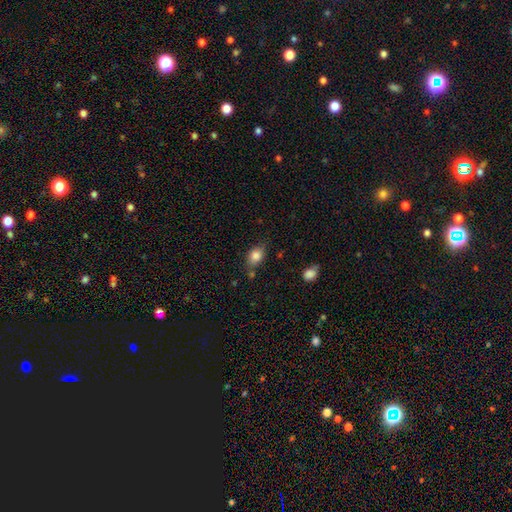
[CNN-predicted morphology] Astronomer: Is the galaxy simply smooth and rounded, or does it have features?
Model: smooth — 84%.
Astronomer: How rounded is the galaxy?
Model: in between — 70%.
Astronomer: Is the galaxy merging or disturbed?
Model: none — 67%.